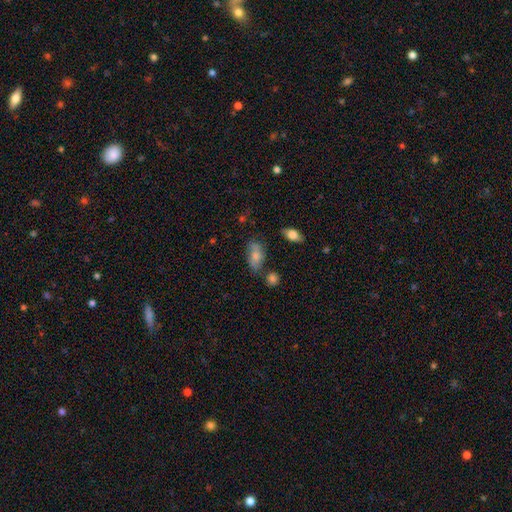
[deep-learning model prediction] smooth_or_featured: smooth (p=0.72) [alt: featured or disk p=0.19]
how_rounded: in between (p=0.89) [alt: round p=0.06]
merging: none (p=0.58) [alt: minor disturbance p=0.25]